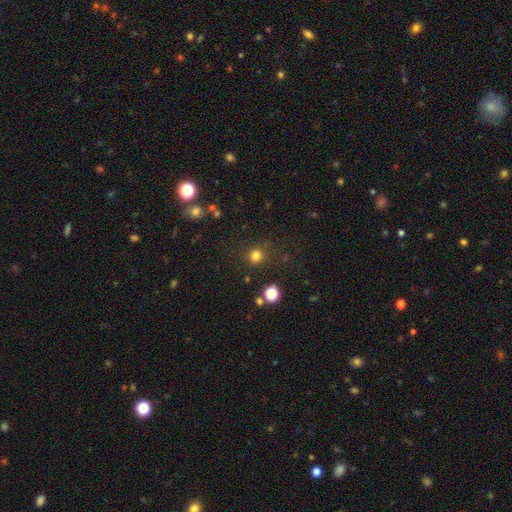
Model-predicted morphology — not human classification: This appears to be a smooth galaxy with no disk features (79%) that is round (91%). Merging: none (84%).